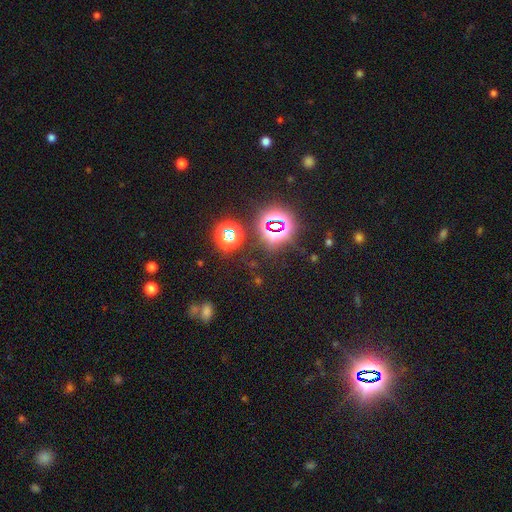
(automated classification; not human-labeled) A star or artifact, not a galaxy (79%).

Vote fractions:
- Smooth or featured? star or artifact: 79% / smooth: 13% / featured or disk: 7%